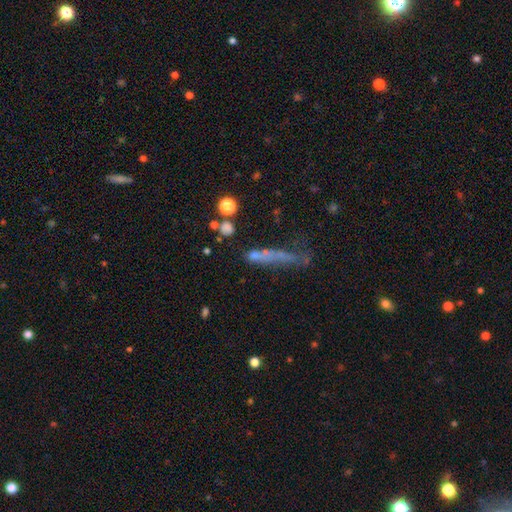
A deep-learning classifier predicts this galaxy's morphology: This is possibly a smooth galaxy (53%). How rounded: likely cigar-shaped (74%). Merging: marginally none (37%).